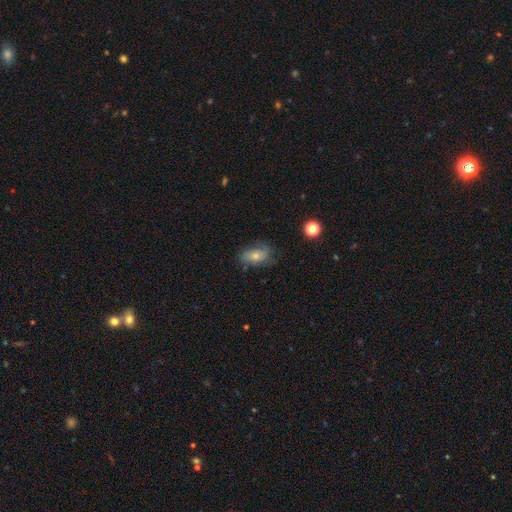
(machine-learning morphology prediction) This appears to be a smooth galaxy with no disk features (66%) that is in between round and cigar-shaped (86%). Merging: none (61%).